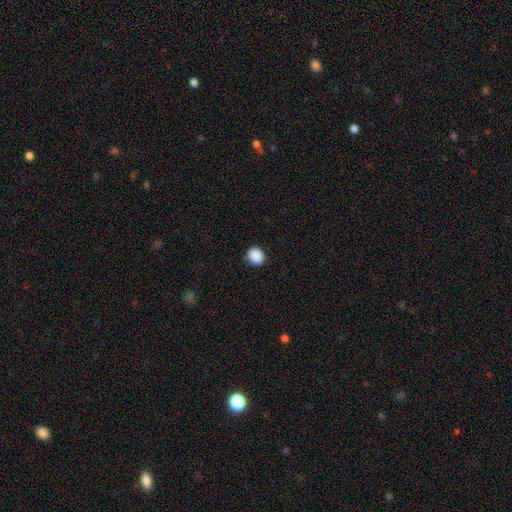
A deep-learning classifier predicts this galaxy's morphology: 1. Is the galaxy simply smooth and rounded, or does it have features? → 89% smooth, 9% star or artifact, 2% featured or disk.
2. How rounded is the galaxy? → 83% round, 16% in between, 1% cigar-shaped.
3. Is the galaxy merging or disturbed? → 87% none, 9% minor disturbance, 2% major disturbance, 1% merger.